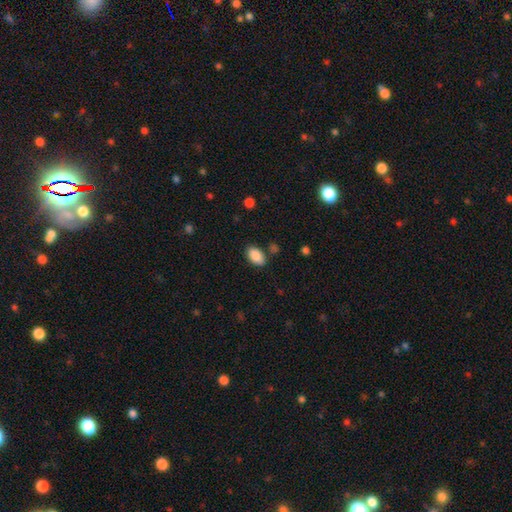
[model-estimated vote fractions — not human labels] A smooth galaxy with no disk features (89%) that is in between round and cigar-shaped (93%). Merging: none (82%).